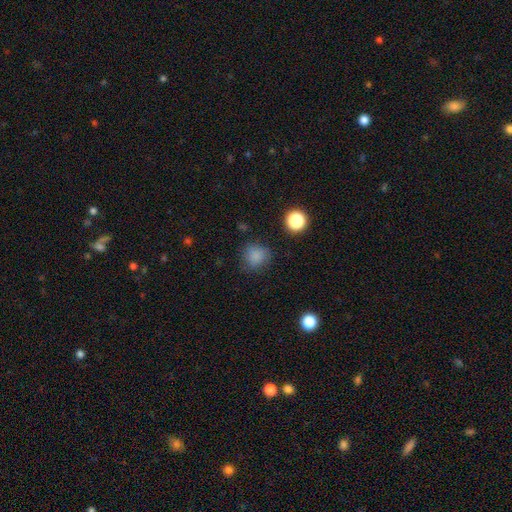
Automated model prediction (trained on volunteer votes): Smooth or featured?
  - smooth: 81% *
  - star or artifact: 14%
  - featured or disk: 5%
How rounded?
  - round: 87% *
  - in between: 12%
  - cigar-shaped: 1%
Merging?
  - none: 80% *
  - minor disturbance: 14%
  - major disturbance: 4%
  - merger: 2%